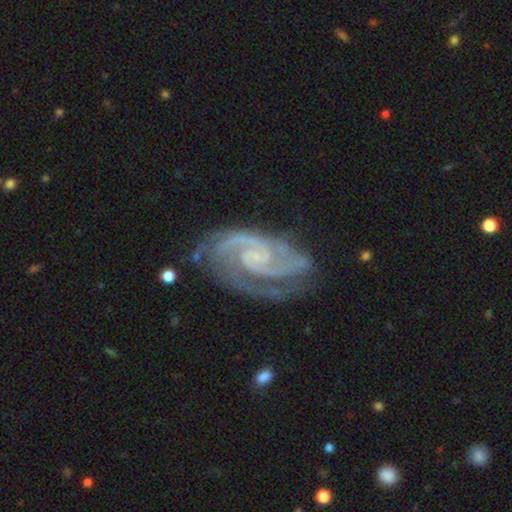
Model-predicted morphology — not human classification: type=featured or disk (93%); edge-on=no (98%); bar=no (49%); spiral arms=yes (99%); winding=tight (52%); arm count=2 (78%); bulge=small (59%); merging=none (71%).